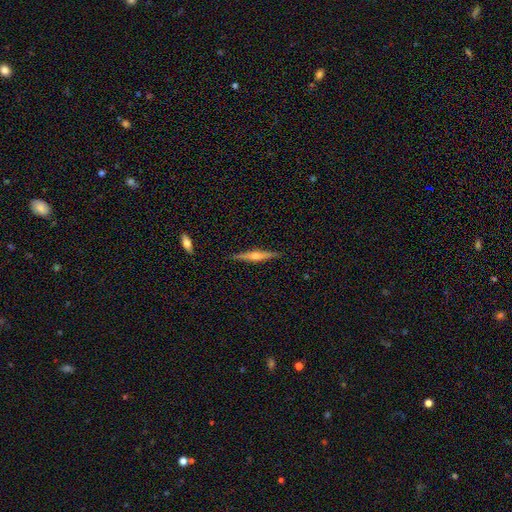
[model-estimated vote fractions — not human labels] Morphology: type=featured or disk (72%); edge-on=yes (98%); edge-on bulge=rounded (85%); merging=none (90%).